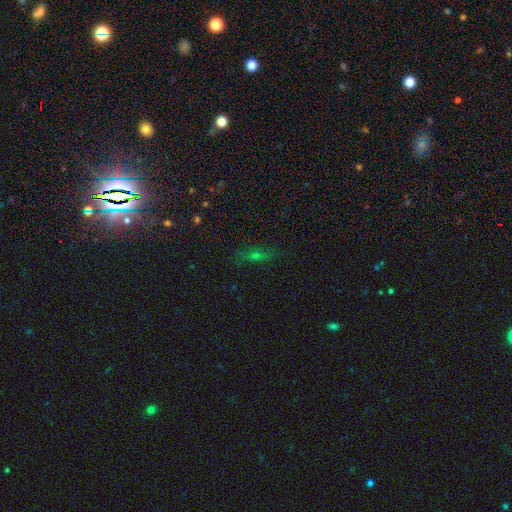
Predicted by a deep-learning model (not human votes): smooth_or_featured: star or artifact (p=0.39) [alt: smooth p=0.36]